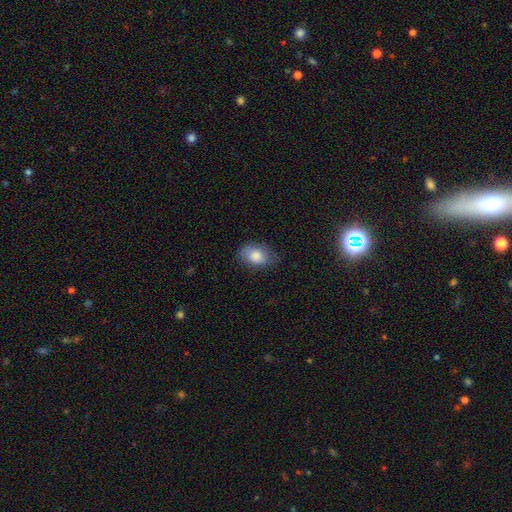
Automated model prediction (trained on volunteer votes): smooth-or-featured: smooth: 82% | featured or disk: 11% | star or artifact: 7%
  how-rounded: in between: 83% | round: 15% | cigar-shaped: 1%
  merging: none: 70% | minor disturbance: 23% | major disturbance: 5% | merger: 1%